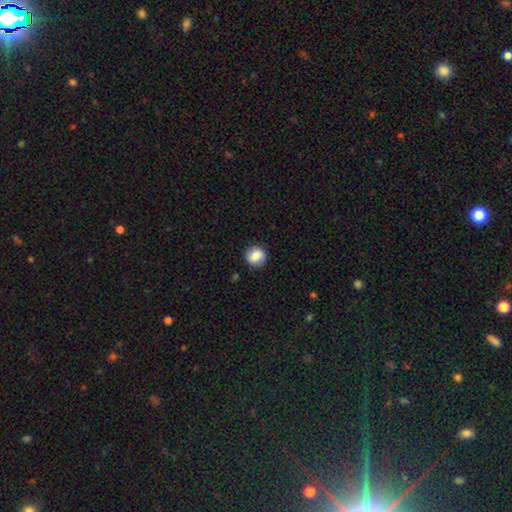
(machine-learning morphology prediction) Smooth or featured: smooth — 81% (featured or disk — 11%)
How rounded: round — 88% (in between — 11%)
Merging: none — 88% (minor disturbance — 8%)